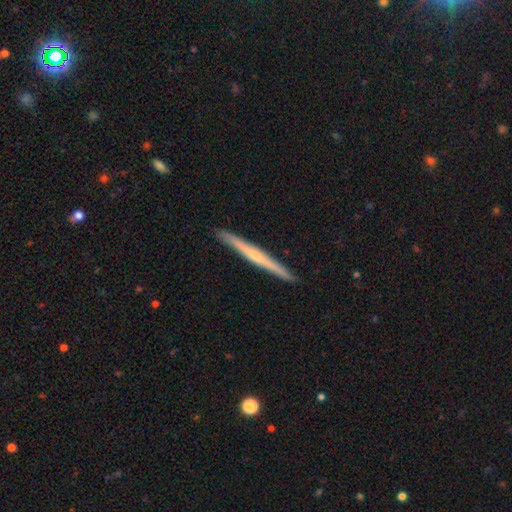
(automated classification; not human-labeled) Smooth or featured? featured or disk (65%)
Edge-on disk? yes (98%)
Edge-on bulge? rounded (50%)
Merging? none (92%)